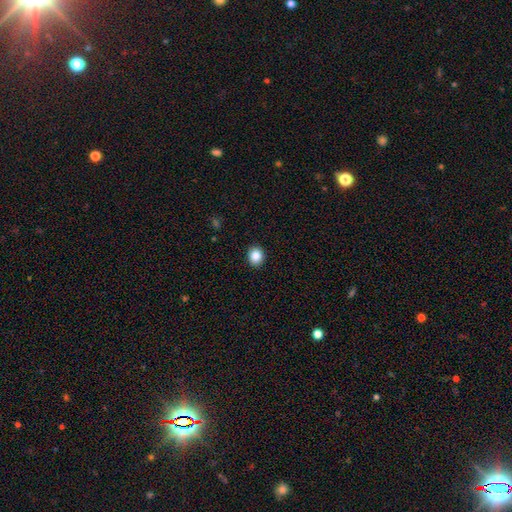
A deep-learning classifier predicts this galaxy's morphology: Smooth or featured: smooth — 87% (star or artifact — 9%)
How rounded: round — 66% (in between — 33%)
Merging: none — 91% (minor disturbance — 6%)